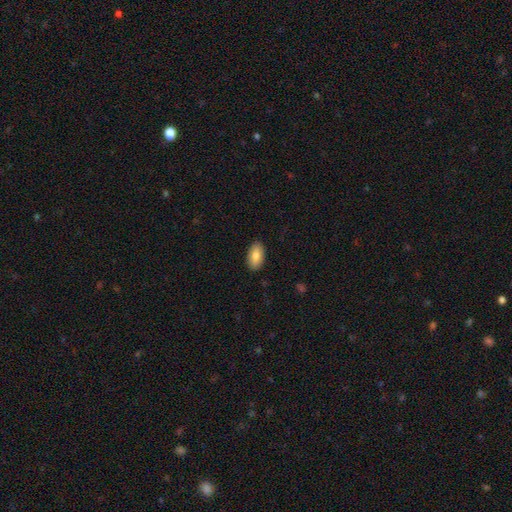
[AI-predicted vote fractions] Smooth or featured?
  - smooth: 82% *
  - featured or disk: 12%
  - star or artifact: 6%
How rounded?
  - in between: 94% *
  - round: 3%
  - cigar-shaped: 3%
Merging?
  - none: 89% *
  - minor disturbance: 8%
  - major disturbance: 2%
  - merger: 1%